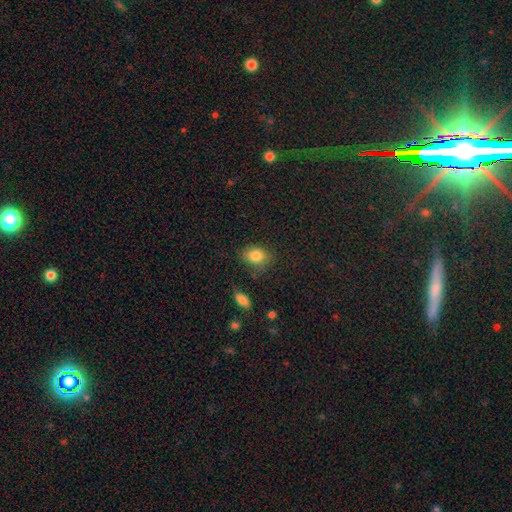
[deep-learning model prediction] Smooth or featured?
  - smooth: 83% *
  - star or artifact: 10%
  - featured or disk: 8%
How rounded?
  - in between: 57% *
  - round: 42%
  - cigar-shaped: 1%
Merging?
  - none: 73% *
  - minor disturbance: 19%
  - major disturbance: 5%
  - merger: 3%